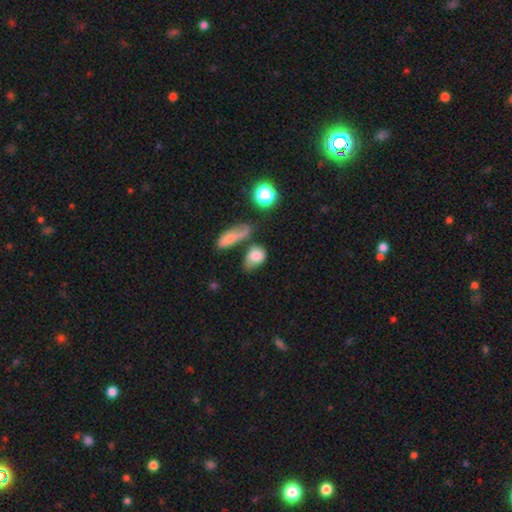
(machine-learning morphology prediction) smooth_or_featured: smooth (p=0.76) [alt: featured or disk p=0.14]
how_rounded: in between (p=0.70) [alt: round p=0.26]
merging: none (p=0.34) [alt: minor disturbance p=0.25]